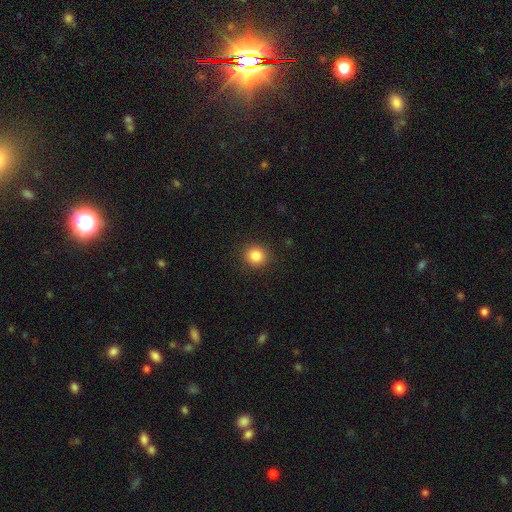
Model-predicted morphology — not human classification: smooth 85%, star or artifact 11%, featured or disk 4%. Down the decision tree: how rounded — round (88%); merging — none (90%).